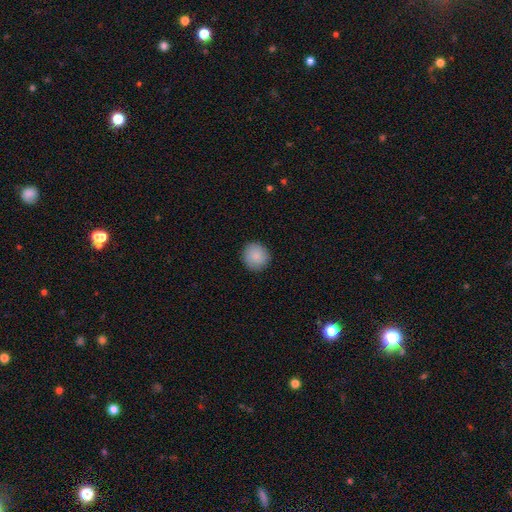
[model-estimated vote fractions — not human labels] A smooth galaxy with no disk features (88%) that is round (92%). Merging: none (90%).